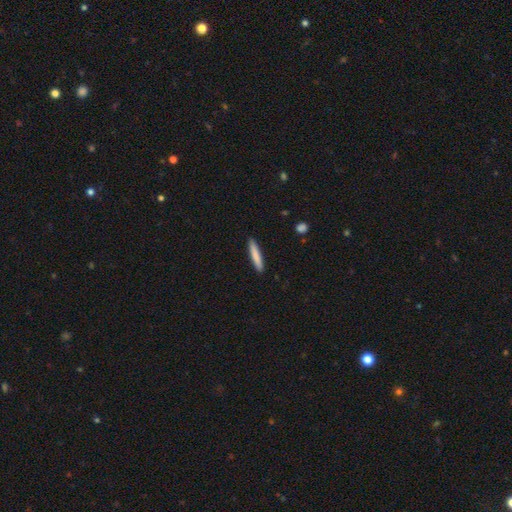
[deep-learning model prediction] Q: Smooth or featured?
A: smooth (81%); runner-up: featured or disk (13%)
Q: How rounded?
A: cigar-shaped (93%); runner-up: in between (6%)
Q: Merging?
A: none (91%); runner-up: minor disturbance (7%)